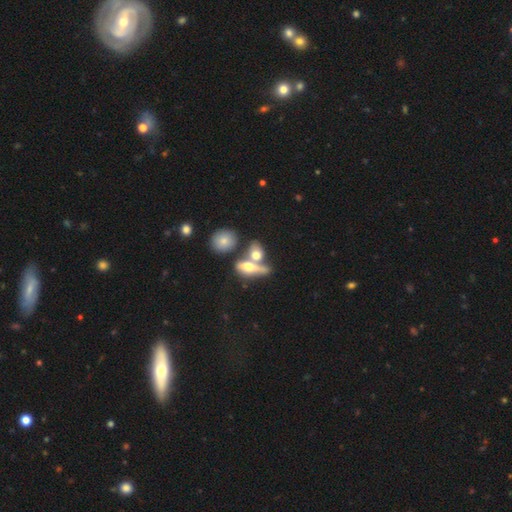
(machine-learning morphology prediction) This appears to be a featured or disk galaxy (45%). Merging: merger (44%).